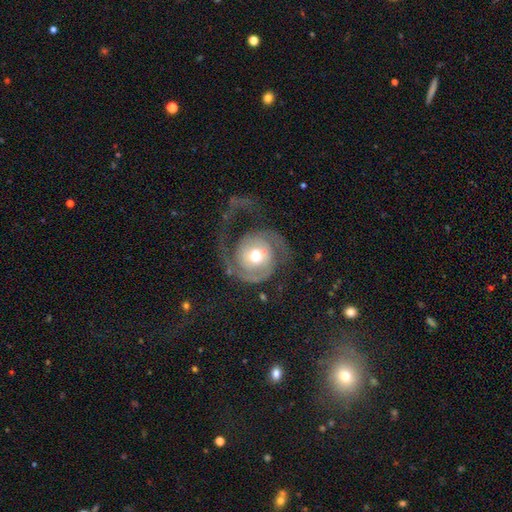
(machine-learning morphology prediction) A featured or disk galaxy (83%) with no bar (74%), 2 (66%) medium (38%) spiral arms (93%) and a moderate central bulge (71%).

Vote fractions:
- Smooth or featured? featured or disk: 83% / smooth: 12% / star or artifact: 5%
- Edge-on disk? no: 98% / yes: 2%
- Bar? no: 74% / weak: 20% / strong: 6%
- Spiral arms? yes: 93% / no: 7%
- Spiral winding? medium: 38% / tight: 33% / loose: 28%
- Spiral arm count? 2: 66% / 1: 21% / can't tell: 6% / 3: 3% / 4: 2% / more than 4: 2%
- Bulge size? moderate: 71% / large: 15% / small: 11% / dominant: 2% / none: 1%
- Merging? none: 48% / major disturbance: 36% / minor disturbance: 14% / merger: 2%